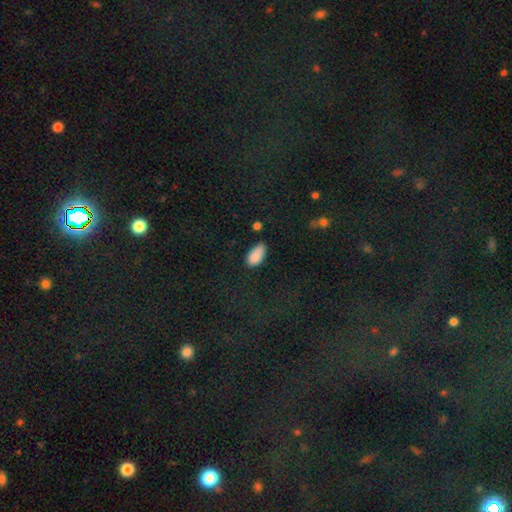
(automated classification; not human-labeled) The model was most divided on "merging": none: 59%, minor disturbance: 30%, major disturbance: 7%, merger: 4%. More confident: how rounded — in between (94%); smooth or featured — smooth (87%).